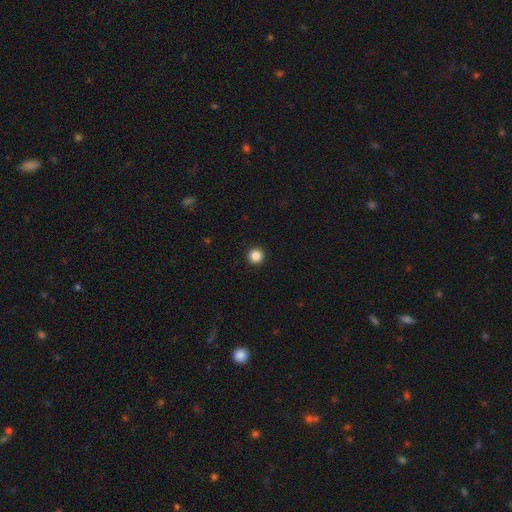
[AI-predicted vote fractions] A smooth galaxy with no disk features (86%) that is round (96%).

Vote fractions:
- Smooth or featured? smooth: 86% / star or artifact: 11% / featured or disk: 3%
- How rounded? round: 96% / in between: 3% / cigar-shaped: 1%
- Merging? none: 94% / minor disturbance: 4% / major disturbance: 1% / merger: 1%